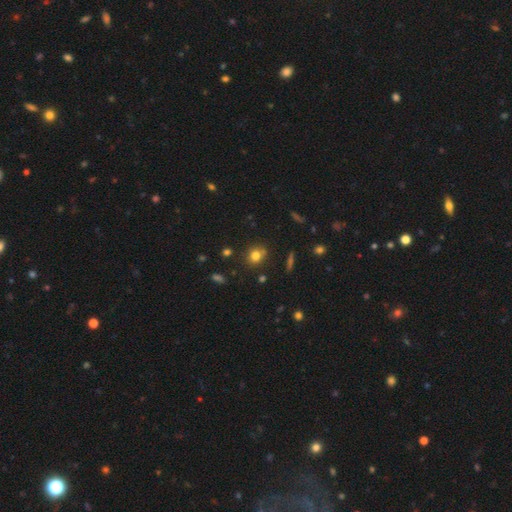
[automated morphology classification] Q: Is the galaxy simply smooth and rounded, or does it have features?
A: smooth — 77%.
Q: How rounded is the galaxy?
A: round — 77%.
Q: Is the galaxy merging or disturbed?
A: none — 76%.